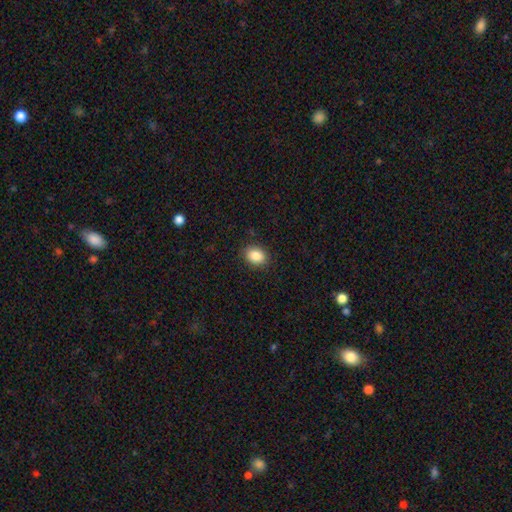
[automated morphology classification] Overall: smooth (87%). How rounded: in between (63%; round 36%). Merging: none (88%).